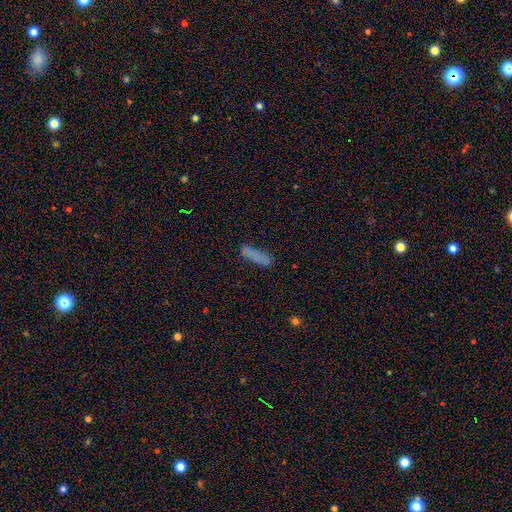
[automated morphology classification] Smooth or featured? smooth (80%)
How rounded? cigar-shaped (78%)
Merging? none (78%)